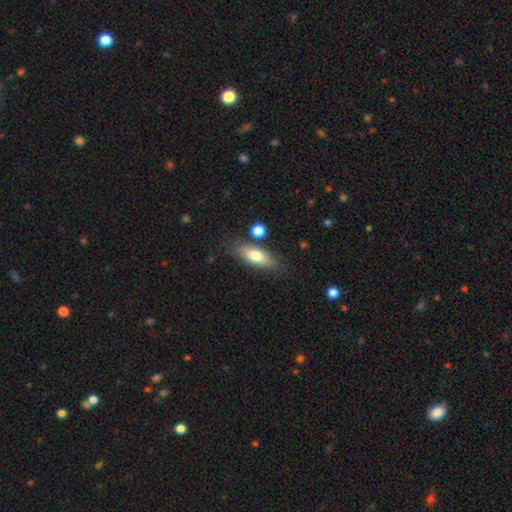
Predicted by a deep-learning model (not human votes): smooth-or-featured: smooth: 73% | featured or disk: 20% | star or artifact: 7%
  how-rounded: in between: 66% | cigar-shaped: 30% | round: 3%
  merging: none: 77% | minor disturbance: 13% | merger: 6% | major disturbance: 3%